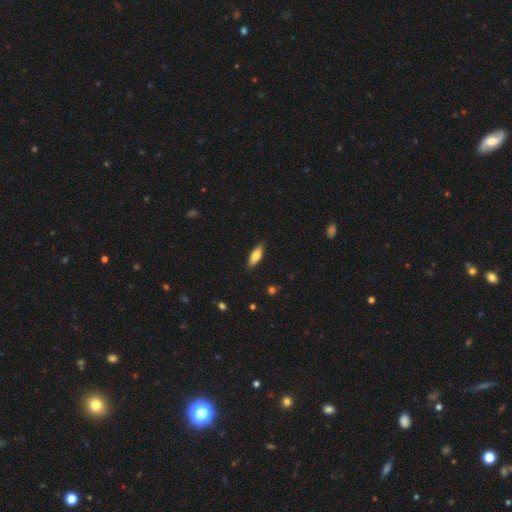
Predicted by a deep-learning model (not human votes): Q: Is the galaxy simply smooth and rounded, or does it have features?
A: smooth — 76%.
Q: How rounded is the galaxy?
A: in between — 68%.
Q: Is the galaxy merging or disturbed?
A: none — 85%.